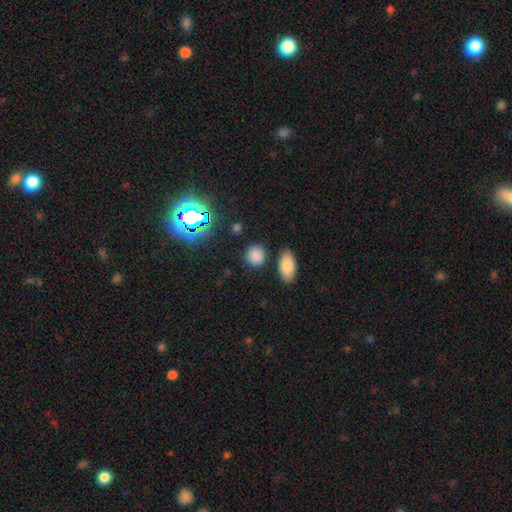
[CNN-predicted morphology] smooth 81%, star or artifact 14%, featured or disk 5%. Down the decision tree: how rounded — round (74%); merging — none (83%).